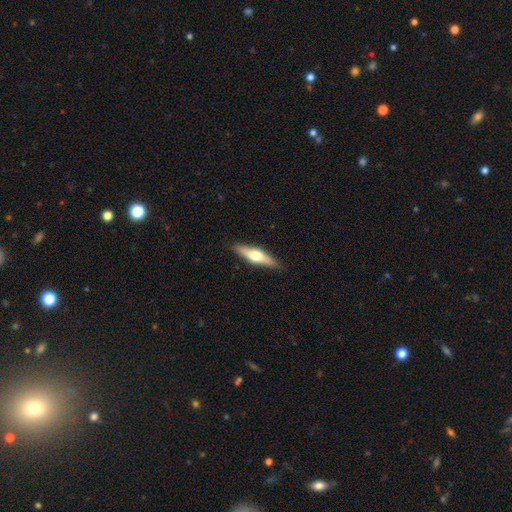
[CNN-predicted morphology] This appears to be a featured or disk galaxy (54%) viewed edge-on (94%) with a rounded central bulge (94%). Merging: none (89%).